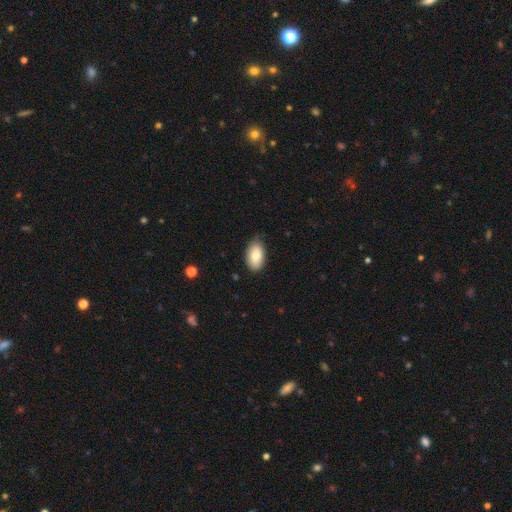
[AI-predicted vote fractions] Smooth or featured? Predicted: smooth (p=0.83). How rounded? Predicted: in between (p=0.94). Merging? Predicted: none (p=0.74).